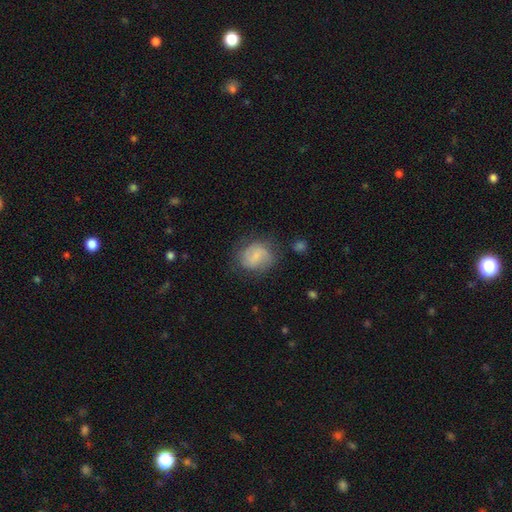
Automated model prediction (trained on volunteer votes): This appears to be a smooth galaxy with no disk features (58%) that is round (61%). Merging: none (62%).